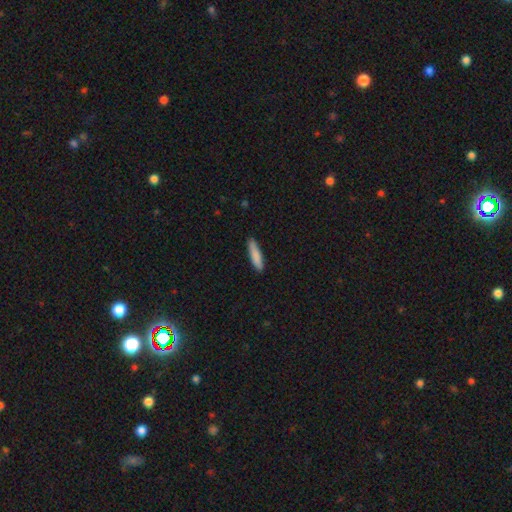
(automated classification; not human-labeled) A smooth galaxy with no disk features (86%) that is cigar-shaped (82%). Merging: none (87%).